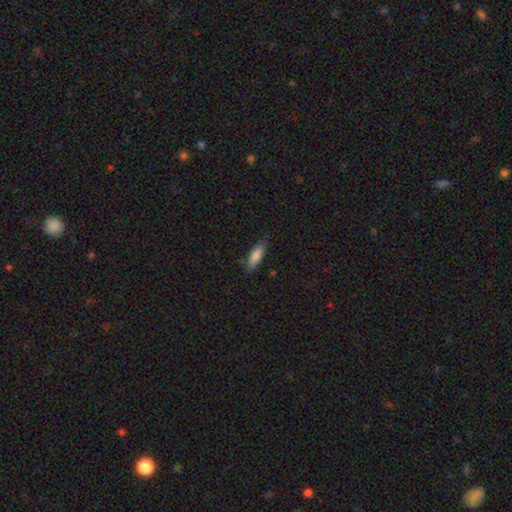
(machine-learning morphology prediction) type=smooth (84%); roundness=in between (63%); merging=none (76%).